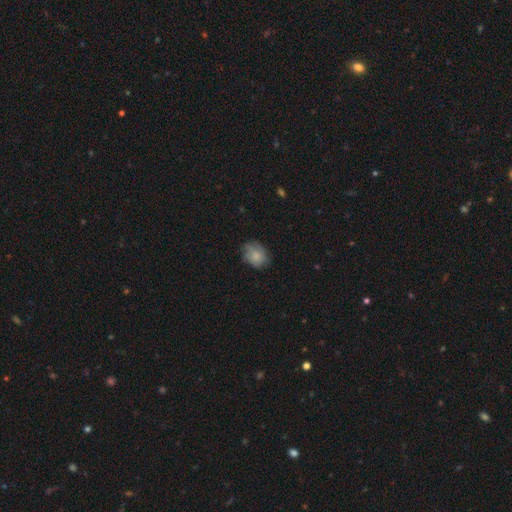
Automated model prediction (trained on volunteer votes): A smooth galaxy with no disk features (67%) that is in between round and cigar-shaped (54%). Merging: none (64%).